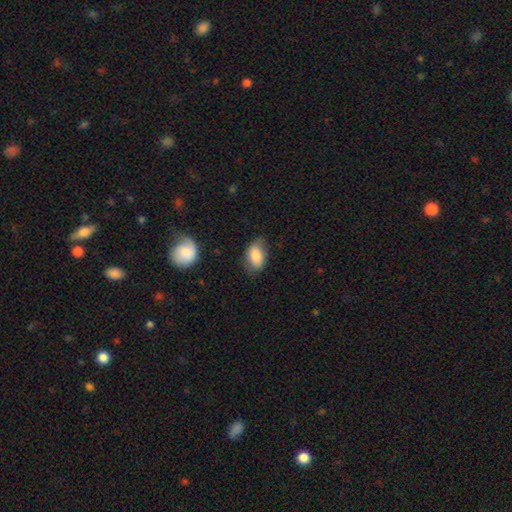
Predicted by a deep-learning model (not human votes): This is clearly a smooth galaxy (84%). How rounded: clearly in between (91%). Merging: likely none (69%).